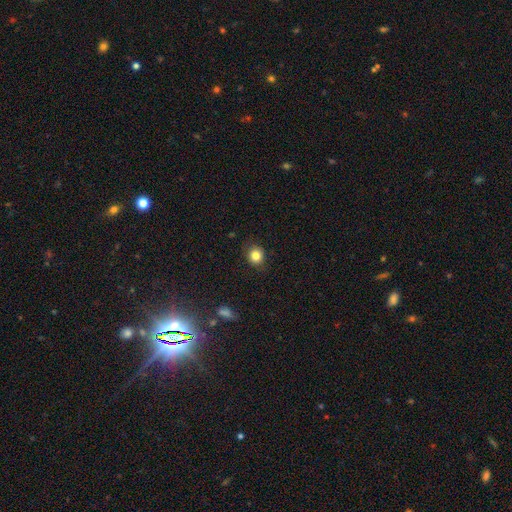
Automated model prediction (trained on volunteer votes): This is clearly a smooth galaxy (82%). How rounded: likely round (78%). Merging: clearly none (85%).